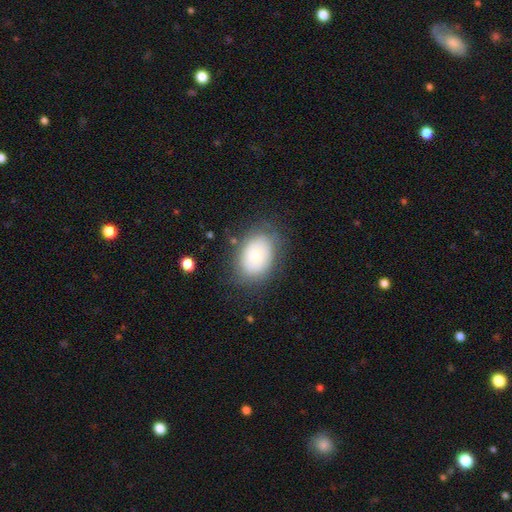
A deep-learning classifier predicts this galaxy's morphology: Smooth or featured? smooth (77%)
How rounded? in between (79%)
Merging? none (73%)